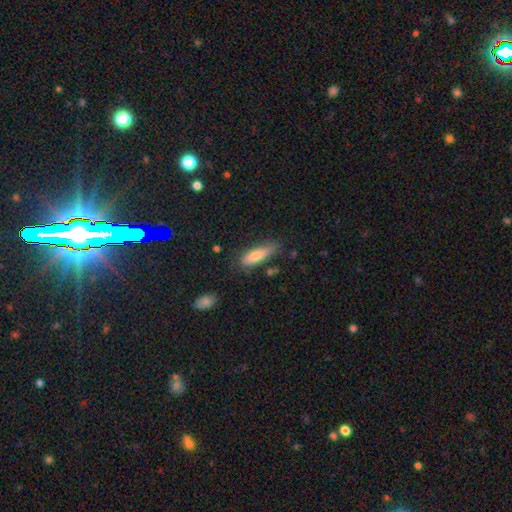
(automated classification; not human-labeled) The model was most divided on "how rounded": cigar-shaped: 56%, in between: 42%, round: 2%. More confident: smooth or featured — smooth (77%); merging — none (71%).